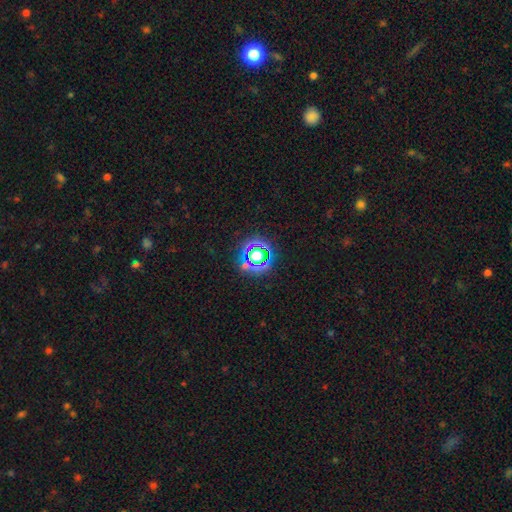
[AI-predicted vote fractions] The model was most divided on "smooth or featured": star or artifact: 57%, smooth: 30%, featured or disk: 13%.